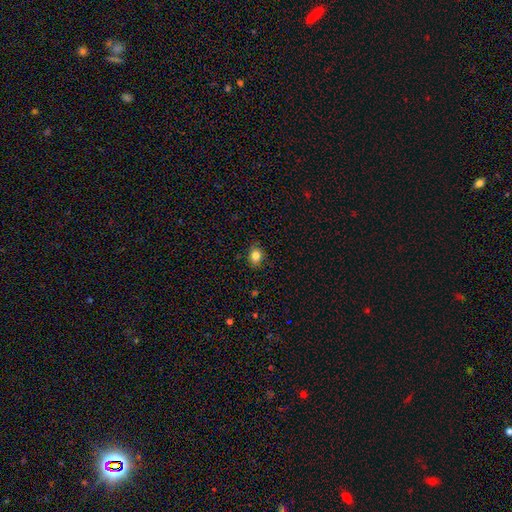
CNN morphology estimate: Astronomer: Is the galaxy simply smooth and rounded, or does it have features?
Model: smooth — 83%.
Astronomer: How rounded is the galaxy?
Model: in between — 51% (runner-up: round, 48%).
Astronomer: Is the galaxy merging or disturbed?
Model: none — 86%.